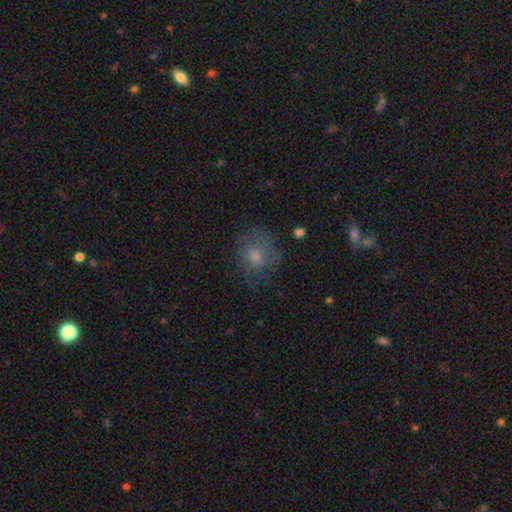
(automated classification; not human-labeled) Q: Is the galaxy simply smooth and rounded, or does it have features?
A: smooth — 58%.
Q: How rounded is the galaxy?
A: round — 74%.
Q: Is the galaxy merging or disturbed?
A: none — 65%.